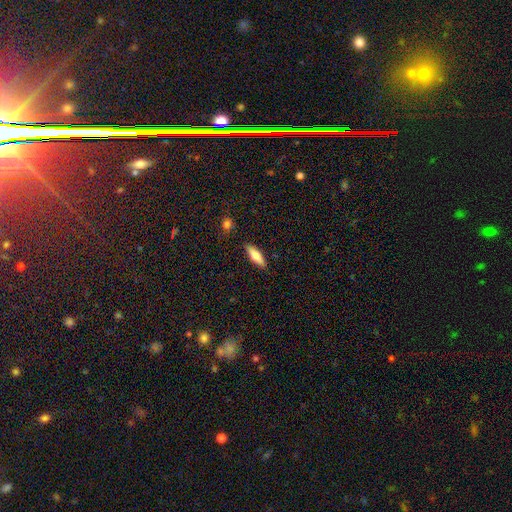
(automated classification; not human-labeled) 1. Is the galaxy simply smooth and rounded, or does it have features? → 64% smooth, 29% featured or disk, 6% star or artifact.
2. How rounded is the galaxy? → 51% cigar-shaped, 46% in between, 2% round.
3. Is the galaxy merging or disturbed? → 87% none, 9% minor disturbance, 2% major disturbance, 2% merger.